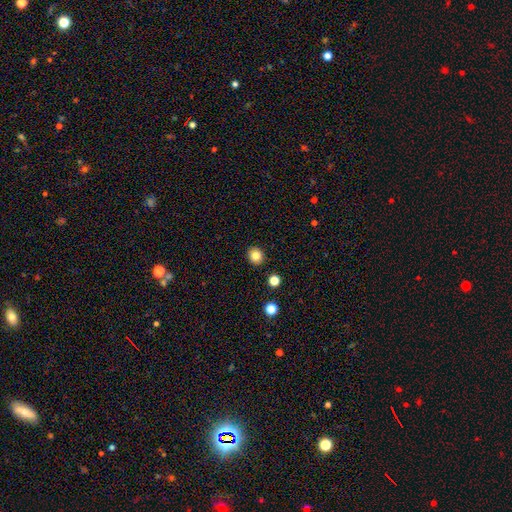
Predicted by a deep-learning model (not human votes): Morphology: type=smooth (83%); roundness=round (79%); merging=none (91%).